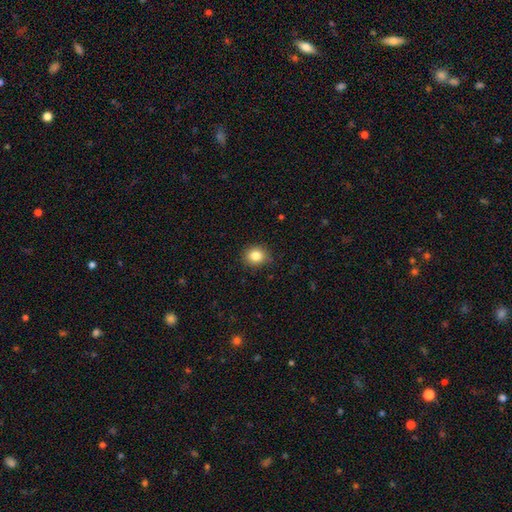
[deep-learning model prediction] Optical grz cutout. It shows a smooth galaxy with no disk features (84%) that is round (75%). Merging: none (87%).